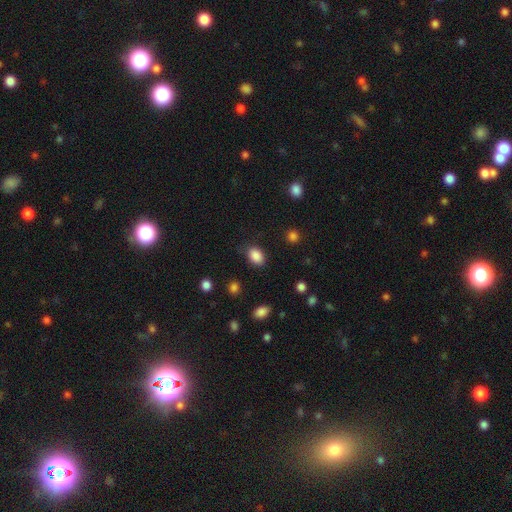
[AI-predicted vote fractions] Overall: smooth (87%). How rounded: in between (78%). Merging: none (80%).